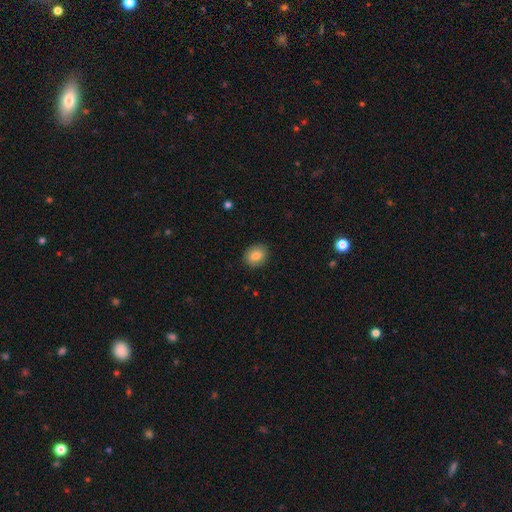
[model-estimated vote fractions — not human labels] Smooth or featured: smooth — 83% (featured or disk — 9%)
How rounded: round — 60% (in between — 39%)
Merging: none — 89% (minor disturbance — 8%)